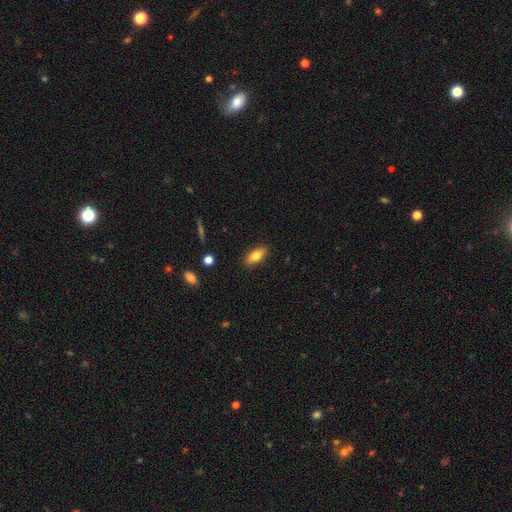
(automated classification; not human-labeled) Morphology: type=smooth (74%); roundness=in between (80%); merging=none (88%).